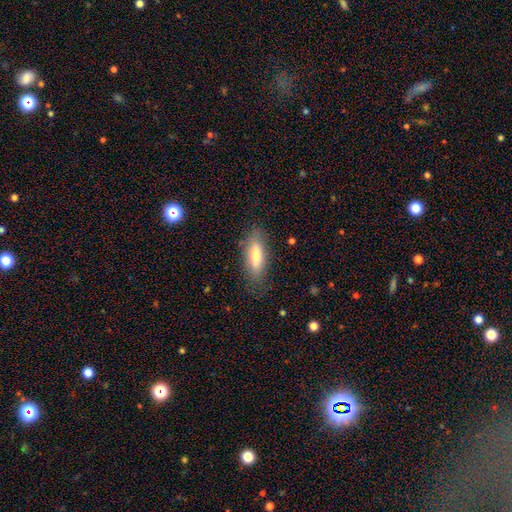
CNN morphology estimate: Q: Smooth or featured?
A: smooth (71%); runner-up: featured or disk (22%)
Q: How rounded?
A: in between (52%); runner-up: cigar-shaped (47%)
Q: Merging?
A: none (81%); runner-up: minor disturbance (14%)